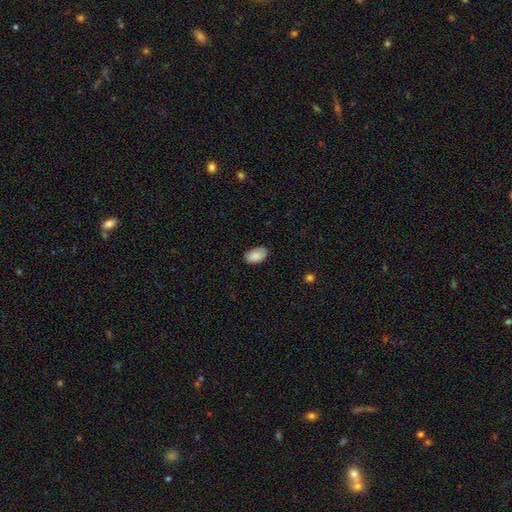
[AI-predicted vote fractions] A smooth galaxy with no disk features (88%) that is in between round and cigar-shaped (93%).

Vote fractions:
- Smooth or featured? smooth: 88% / star or artifact: 7% / featured or disk: 5%
- How rounded? in between: 93% / round: 6% / cigar-shaped: 1%
- Merging? none: 78% / minor disturbance: 18% / major disturbance: 3% / merger: 1%